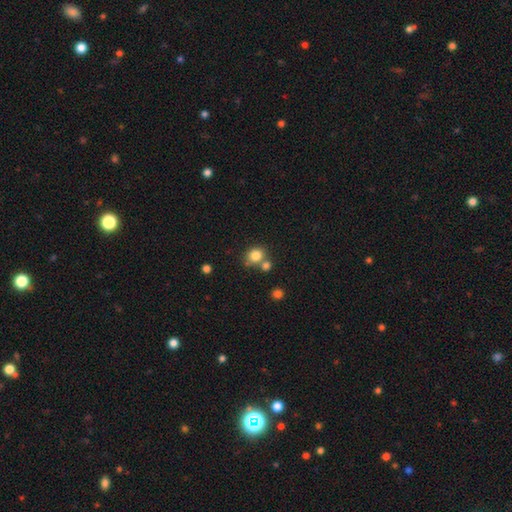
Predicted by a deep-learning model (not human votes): The model was most divided on "merging": none: 59%, merger: 27%, minor disturbance: 10%, major disturbance: 4%. More confident: smooth or featured — smooth (81%); how rounded — round (75%).